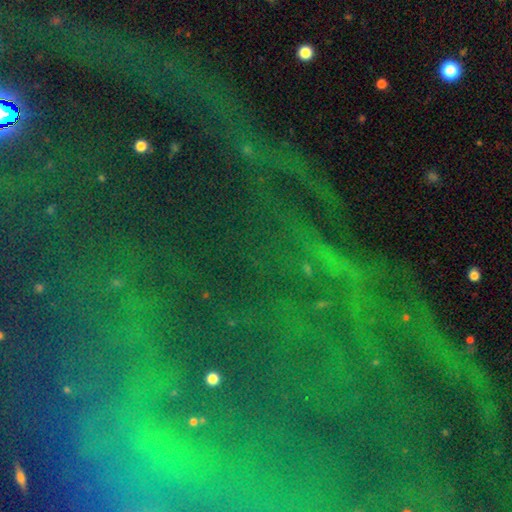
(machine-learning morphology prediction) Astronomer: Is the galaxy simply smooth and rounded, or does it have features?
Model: star or artifact — 82%.